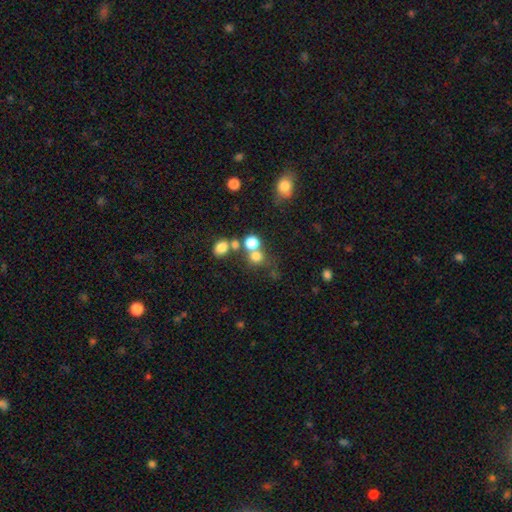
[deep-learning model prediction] Morphology: type=smooth (73%); roundness=round (85%); merging=none (54%).